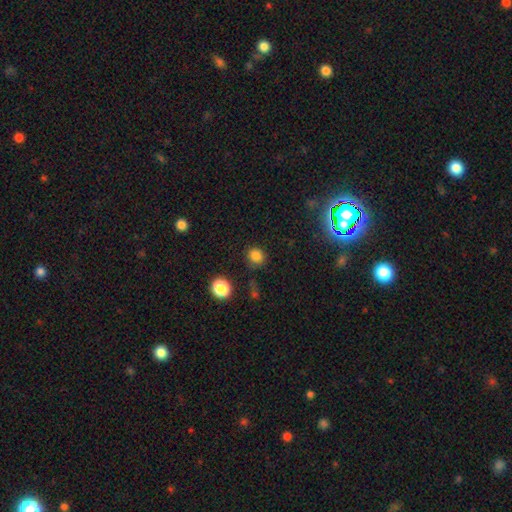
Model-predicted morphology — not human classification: Smooth or featured? smooth (80%)
How rounded? round (81%)
Merging? none (80%)